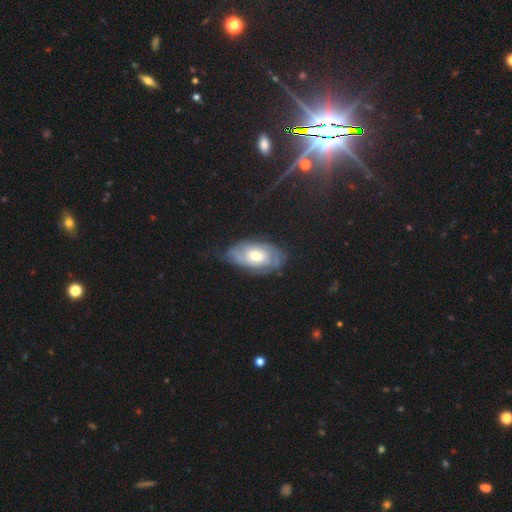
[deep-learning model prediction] This is likely a featured or disk galaxy (70%). It is clearly not viewed edge-on (93%). Bar: likely no (71%). Spiral arm pattern: clearly yes (85%). Spiral arm count: possibly can't tell (51%). Spiral winding: likely tight (65%). Central bulge: likely moderate (69%). Merging: likely none (65%).